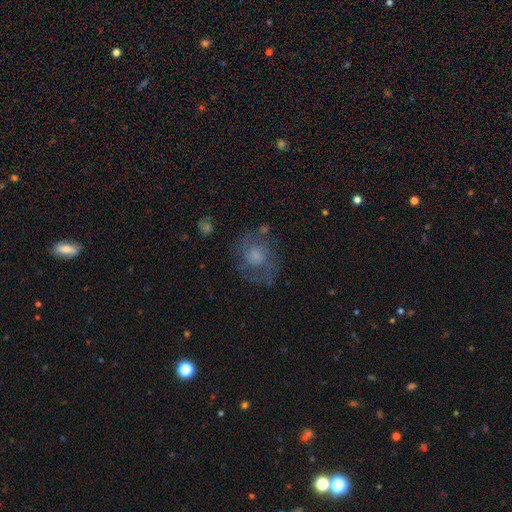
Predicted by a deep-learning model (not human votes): A featured or disk galaxy (59%) with no bar (76%), spiral arms (75%) and a moderate central bulge (34%).

Vote fractions:
- Smooth or featured? featured or disk: 59% / smooth: 30% / star or artifact: 12%
- Edge-on disk? no: 97% / yes: 3%
- Bar? no: 76% / weak: 21% / strong: 3%
- Spiral arms? yes: 75% / no: 25%
- Bulge size? moderate: 34% / small: 23% / large: 20% / none: 20% / dominant: 3%
- Merging? none: 67% / minor disturbance: 18% / major disturbance: 13% / merger: 2%